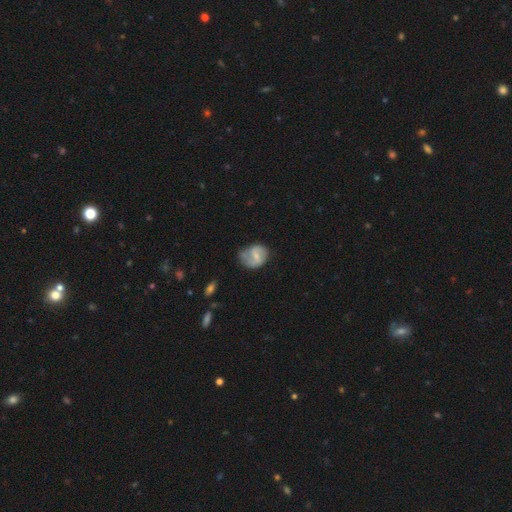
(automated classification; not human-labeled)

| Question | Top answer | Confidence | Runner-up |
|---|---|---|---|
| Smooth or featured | featured or disk | 57% | smooth (37%) |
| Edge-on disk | no | 97% | yes (3%) |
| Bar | weak | 52% | no (32%) |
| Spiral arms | yes | 80% | no (20%) |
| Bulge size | small | 52% | moderate (31%) |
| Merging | none | 49% | minor disturbance (31%) |